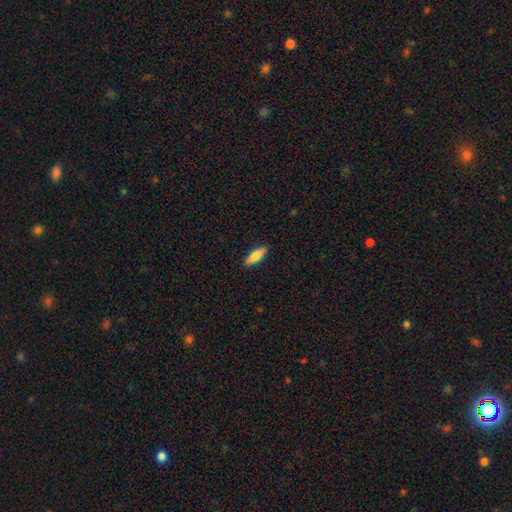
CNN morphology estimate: A smooth galaxy with no disk features (77%) that is in between round and cigar-shaped (53%). Merging: none (88%).